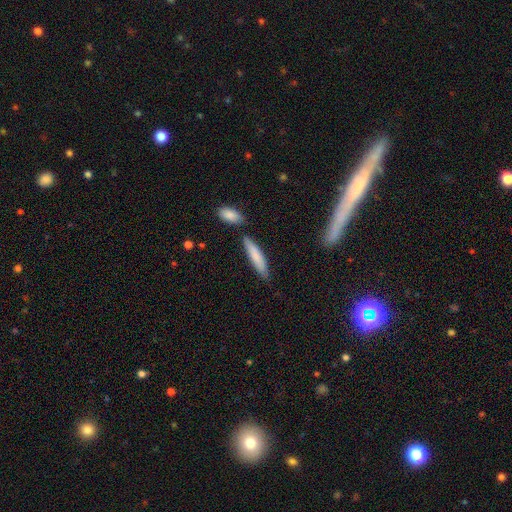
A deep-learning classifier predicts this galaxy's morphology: A smooth galaxy with no disk features (78%) that is cigar-shaped (84%). Merging: none (76%).